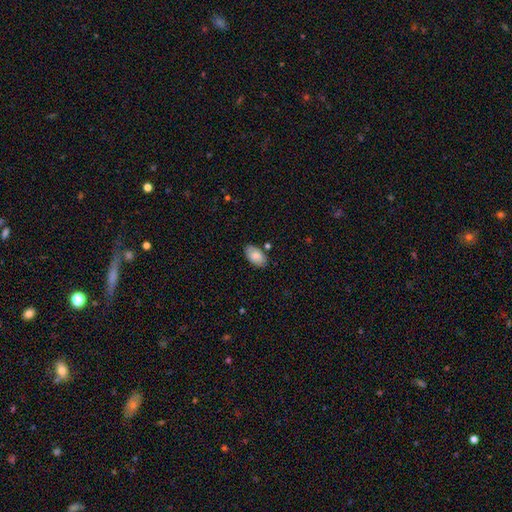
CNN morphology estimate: A smooth galaxy with no disk features (81%) that is in between round and cigar-shaped (95%).

Vote fractions:
- Smooth or featured? smooth: 81% / featured or disk: 13% / star or artifact: 7%
- How rounded? in between: 95% / round: 4% / cigar-shaped: 1%
- Merging? none: 82% / minor disturbance: 12% / merger: 3% / major disturbance: 2%